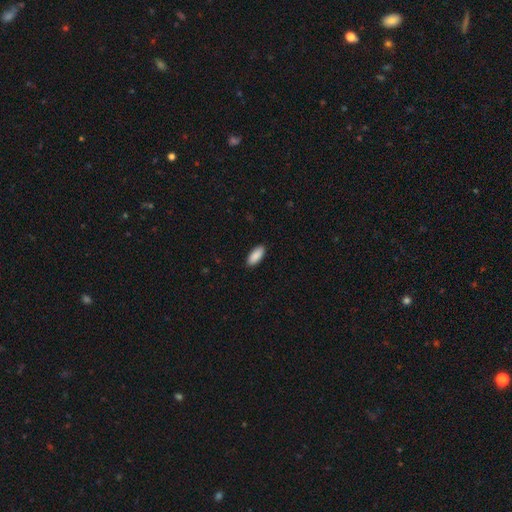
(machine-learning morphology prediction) This is clearly a smooth galaxy (91%). How rounded: clearly in between (84%). Merging: clearly none (90%).